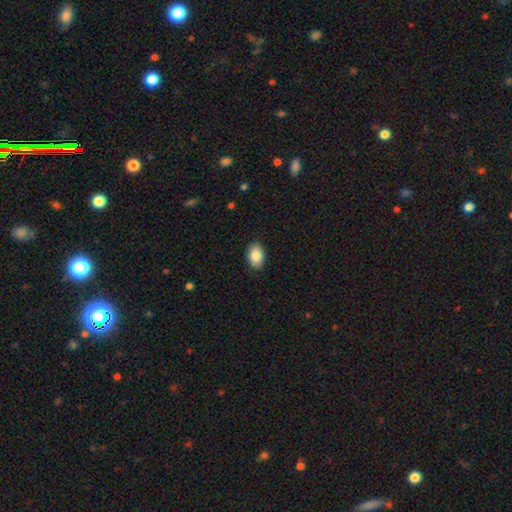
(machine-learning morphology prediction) Smooth or featured: smooth — 88% (star or artifact — 7%)
How rounded: in between — 90% (round — 9%)
Merging: none — 88% (minor disturbance — 9%)